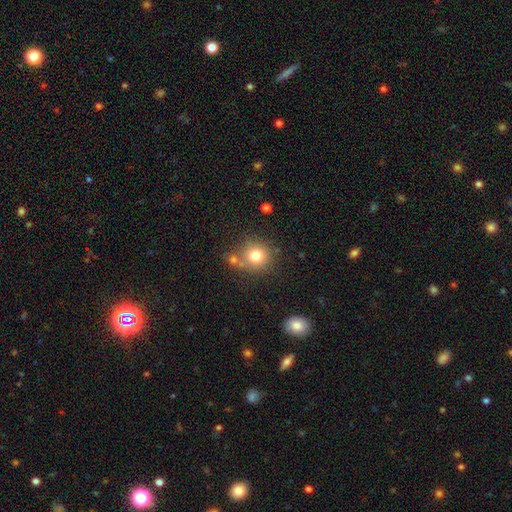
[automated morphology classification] A smooth galaxy with no disk features (77%) that is round (89%). Merging: none (65%).